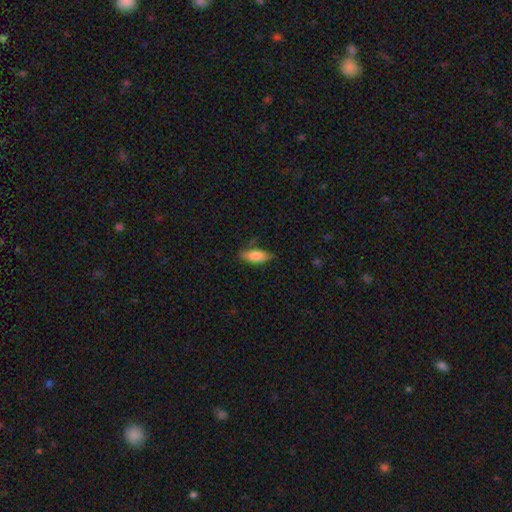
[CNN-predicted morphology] Smooth or featured? Predicted: smooth (p=0.80). How rounded? Predicted: in between (p=0.78). Merging? Predicted: none (p=0.69).